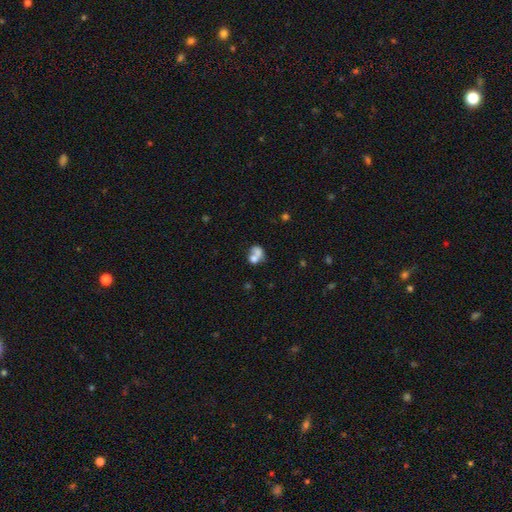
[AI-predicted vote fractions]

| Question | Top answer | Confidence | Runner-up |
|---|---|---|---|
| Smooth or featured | smooth | 66% | featured or disk (23%) |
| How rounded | in between | 53% | round (45%) |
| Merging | merger | 64% | none (20%) |